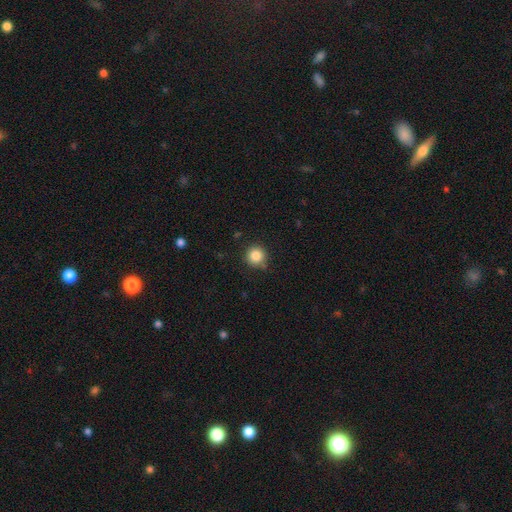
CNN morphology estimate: This is clearly a smooth galaxy (85%). How rounded: clearly round (95%). Merging: clearly none (85%).